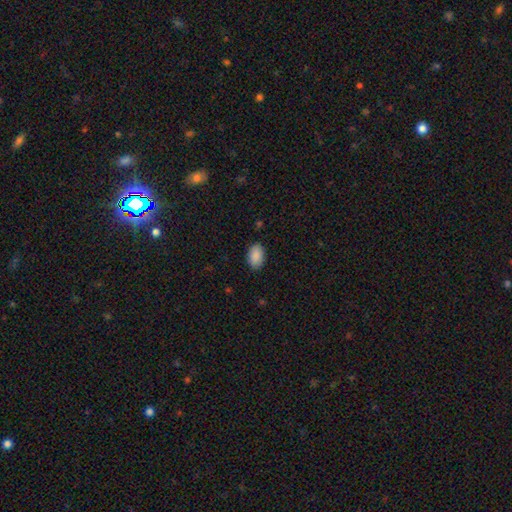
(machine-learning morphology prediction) Smooth or featured? Predicted: smooth (p=0.90). How rounded? Predicted: in between (p=0.92). Merging? Predicted: none (p=0.88).